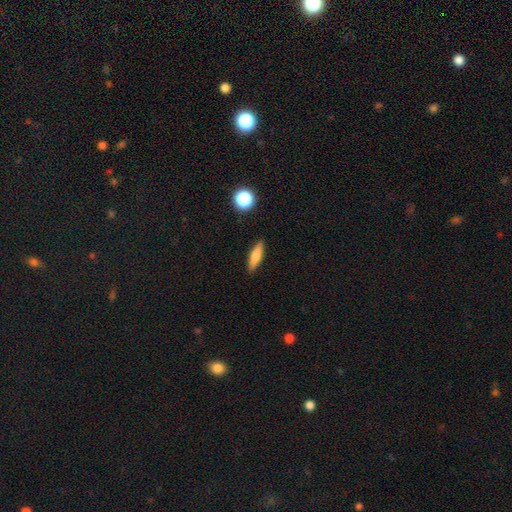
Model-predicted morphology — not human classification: The model was most divided on "how rounded": cigar-shaped: 65%, in between: 32%, round: 3%. More confident: merging — none (88%); smooth or featured — smooth (69%).